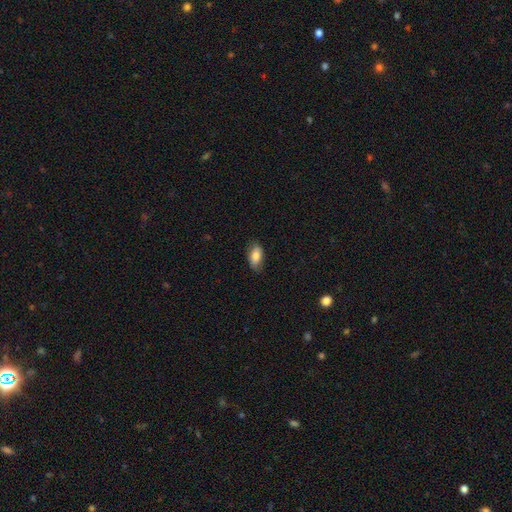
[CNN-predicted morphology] Smooth or featured: smooth — 81% (featured or disk — 12%)
How rounded: in between — 91% (cigar-shaped — 5%)
Merging: none — 82% (minor disturbance — 15%)